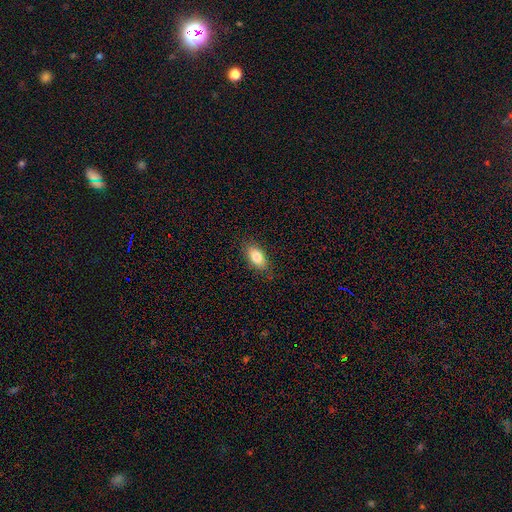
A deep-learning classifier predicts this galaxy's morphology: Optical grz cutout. It shows a smooth galaxy with no disk features (82%) that is in between round and cigar-shaped (88%). Merging: none (84%).